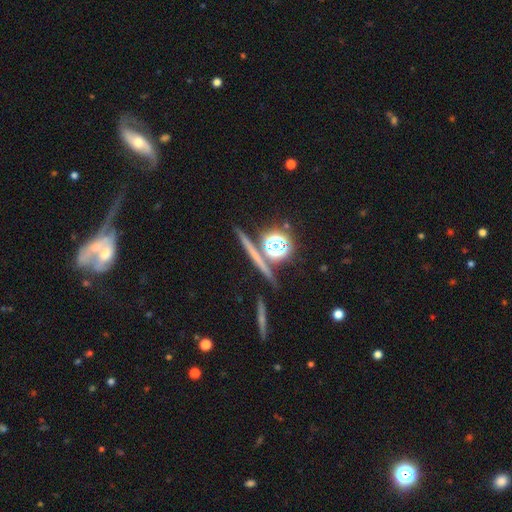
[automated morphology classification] Smooth or featured: star or artifact — 42% (featured or disk — 30%)